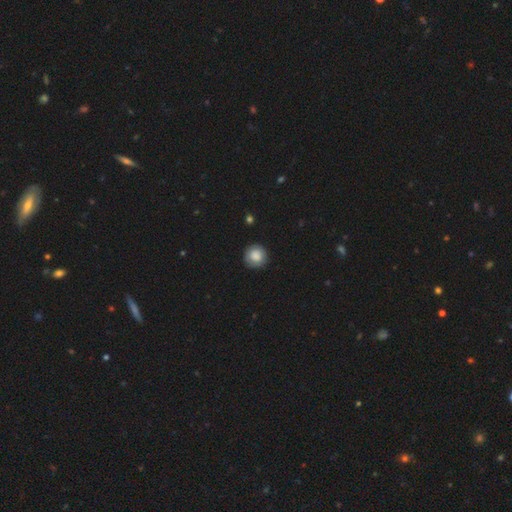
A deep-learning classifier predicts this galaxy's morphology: type=smooth (84%); roundness=round (93%); merging=none (87%).